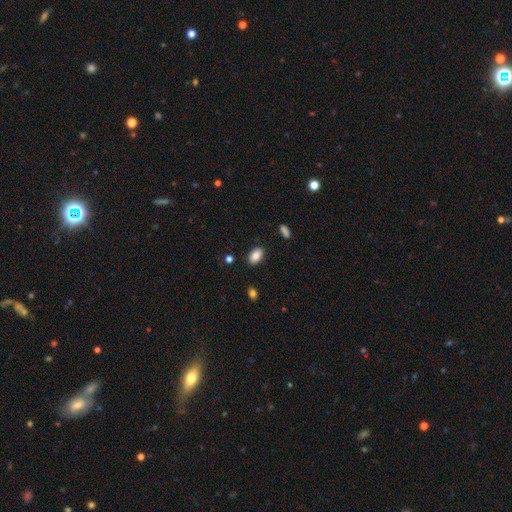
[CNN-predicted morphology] type=smooth (88%); roundness=in between (90%); merging=none (87%).